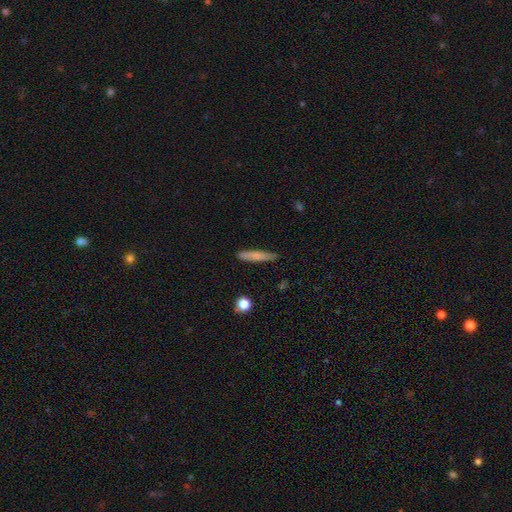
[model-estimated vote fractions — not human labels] Morphology: type=smooth (75%); roundness=cigar-shaped (90%); merging=none (84%).